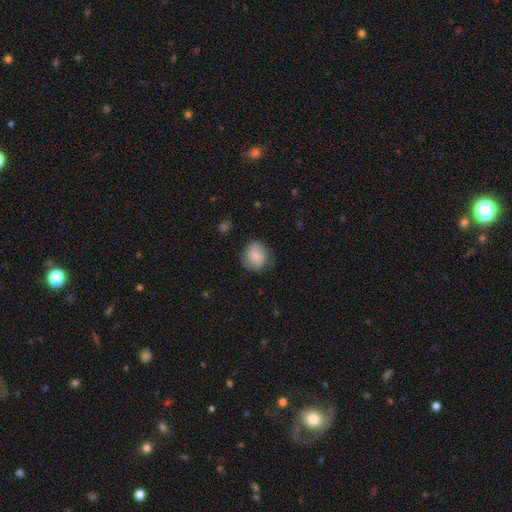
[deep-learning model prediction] Smooth or featured?
  - smooth: 76% *
  - featured or disk: 17%
  - star or artifact: 8%
How rounded?
  - round: 75% *
  - in between: 24%
  - cigar-shaped: 1%
Merging?
  - none: 73% *
  - minor disturbance: 20%
  - major disturbance: 6%
  - merger: 1%